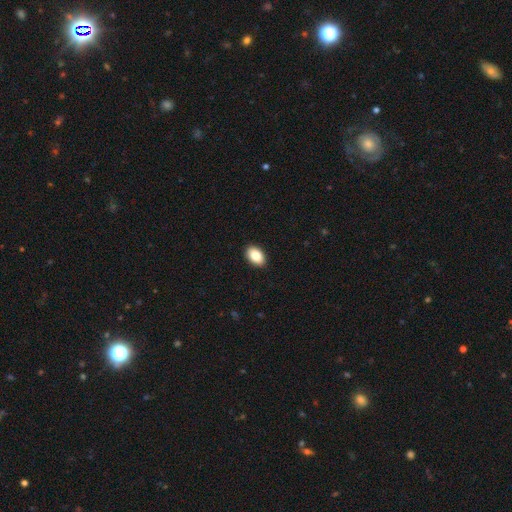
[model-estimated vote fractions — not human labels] smooth_or_featured: smooth (p=0.85) [alt: featured or disk p=0.08]
how_rounded: in between (p=0.89) [alt: round p=0.09]
merging: none (p=0.91) [alt: minor disturbance p=0.07]